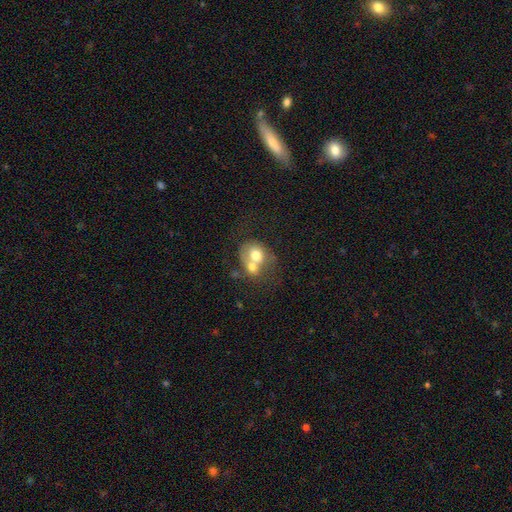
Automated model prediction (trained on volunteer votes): This appears to be a smooth galaxy with no disk features (64%) that is round (56%). Merging: merger (68%).